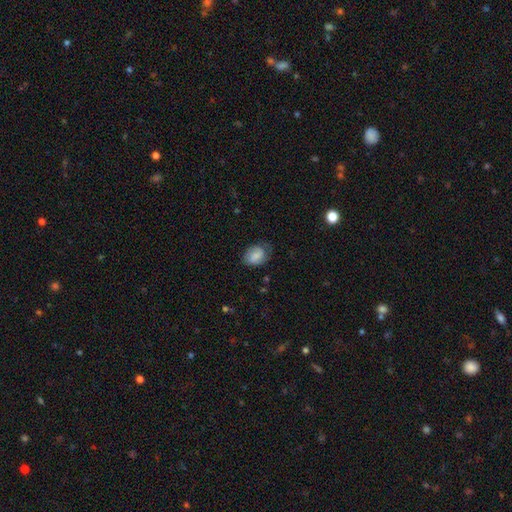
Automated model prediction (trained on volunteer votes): This appears to be a smooth galaxy with no disk features (71%) that is in between round and cigar-shaped (73%). Merging: none (60%).